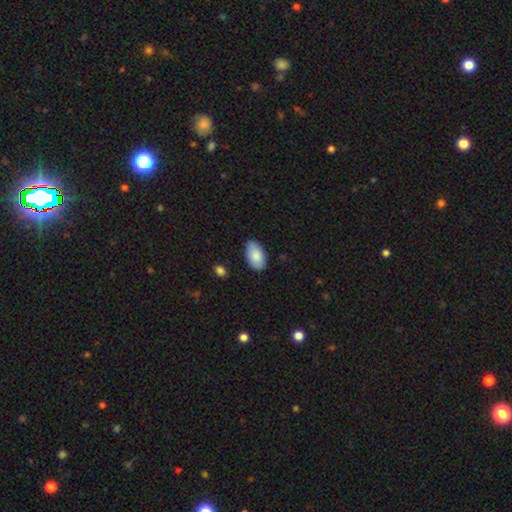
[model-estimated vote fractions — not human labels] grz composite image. It shows a smooth galaxy with no disk features (88%) that is in between round and cigar-shaped (95%). Merging: none (83%).